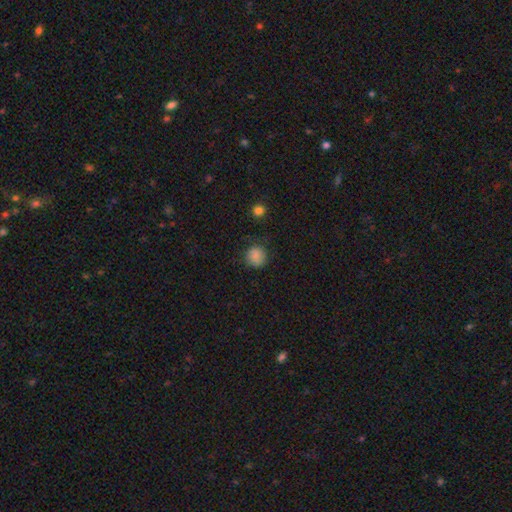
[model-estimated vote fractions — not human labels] This appears to be a smooth galaxy with no disk features (83%) that is round (90%). Merging: none (79%).